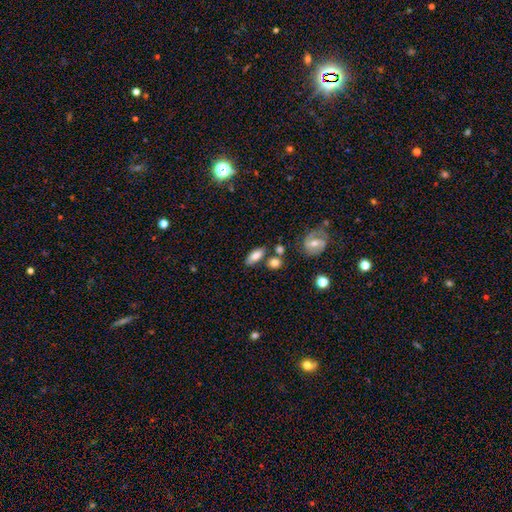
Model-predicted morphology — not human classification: A smooth galaxy with no disk features (80%) that is in between round and cigar-shaped (82%).

Vote fractions:
- Smooth or featured? smooth: 80% / featured or disk: 12% / star or artifact: 8%
- How rounded? in between: 82% / cigar-shaped: 12% / round: 6%
- Merging? none: 69% / minor disturbance: 15% / merger: 12% / major disturbance: 4%